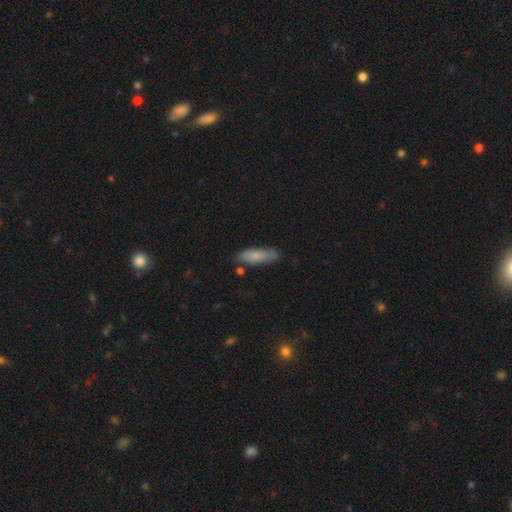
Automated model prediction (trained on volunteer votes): A smooth galaxy with no disk features (77%) that is cigar-shaped (52%). Merging: none (76%).